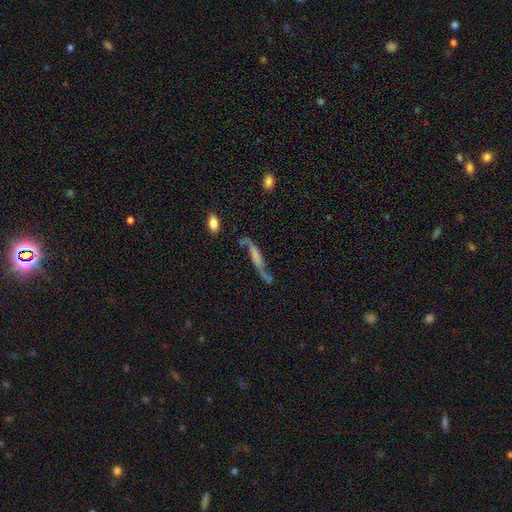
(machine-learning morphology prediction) Overall: featured or disk (67%). Edge-on disk: no (69%; yes 31%). Merging: none (48%; minor disturbance 22%).